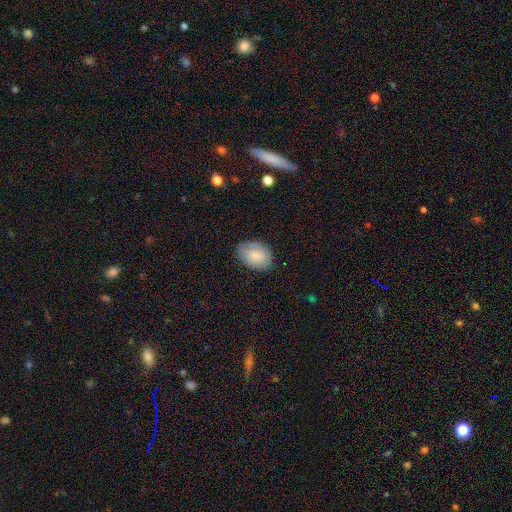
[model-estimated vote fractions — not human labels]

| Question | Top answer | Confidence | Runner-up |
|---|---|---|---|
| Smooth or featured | smooth | 75% | featured or disk (18%) |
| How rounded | in between | 82% | round (17%) |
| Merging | none | 78% | minor disturbance (17%) |